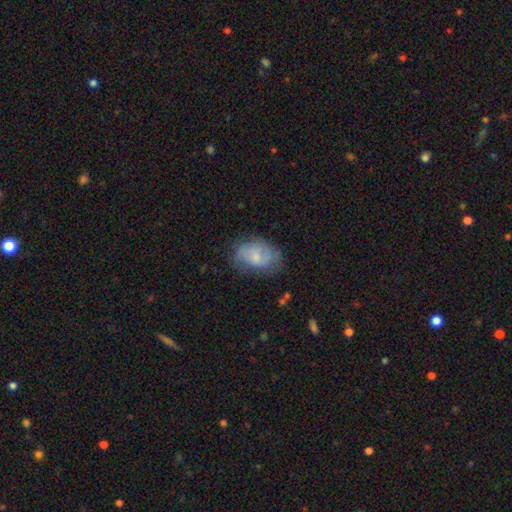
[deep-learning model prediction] smooth 52%, featured or disk 40%, star or artifact 8%. Down the decision tree: how rounded — in between (84%); merging — none (62%).